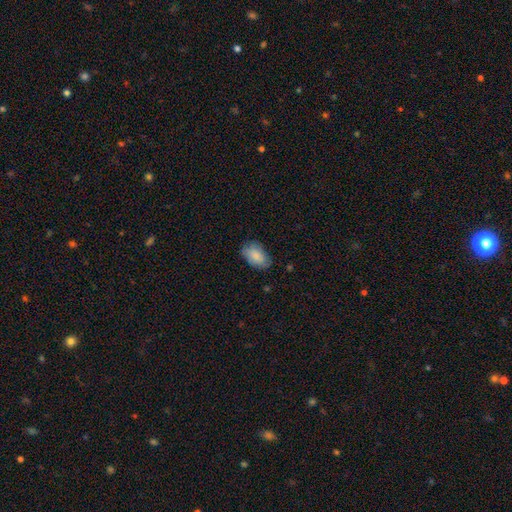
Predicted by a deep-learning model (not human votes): A smooth galaxy with no disk features (85%) that is in between round and cigar-shaped (93%).

Vote fractions:
- Smooth or featured? smooth: 85% / featured or disk: 8% / star or artifact: 6%
- How rounded? in between: 93% / round: 6% / cigar-shaped: 1%
- Merging? none: 76% / minor disturbance: 19% / major disturbance: 4% / merger: 1%